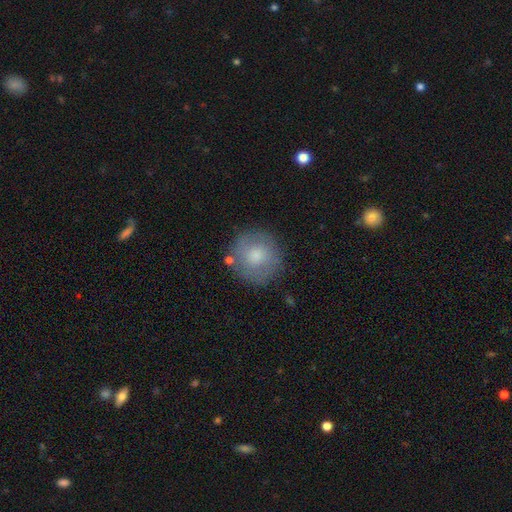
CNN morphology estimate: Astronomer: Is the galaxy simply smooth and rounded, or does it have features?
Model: smooth — 64%.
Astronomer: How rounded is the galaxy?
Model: round — 93%.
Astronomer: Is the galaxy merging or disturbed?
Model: none — 80%.